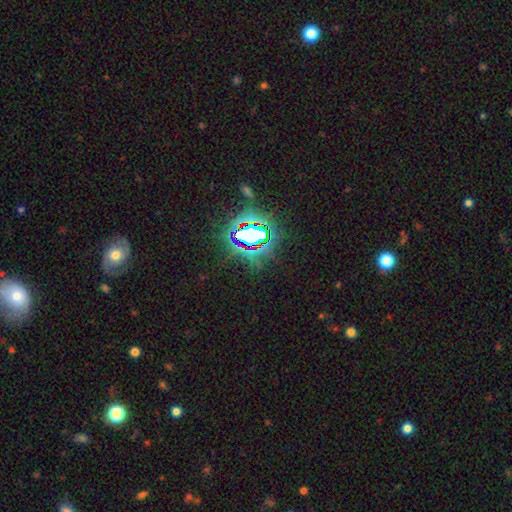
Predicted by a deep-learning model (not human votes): This appears to be a star or artifact, not a galaxy (82%).